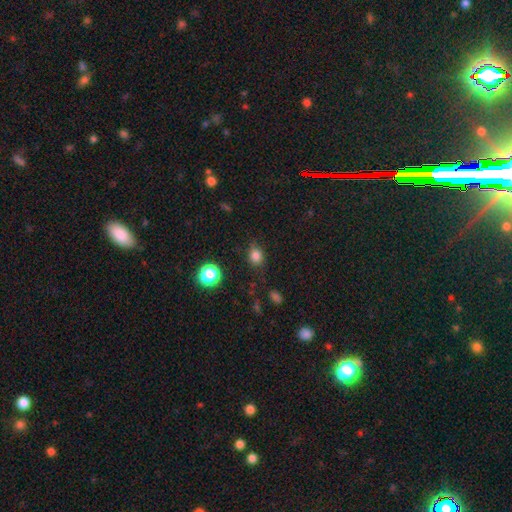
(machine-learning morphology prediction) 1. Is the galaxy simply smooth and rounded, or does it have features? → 80% smooth, 15% star or artifact, 5% featured or disk.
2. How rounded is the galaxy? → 60% round, 39% in between, 1% cigar-shaped.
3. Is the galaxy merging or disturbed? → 78% none, 16% minor disturbance, 4% major disturbance, 2% merger.